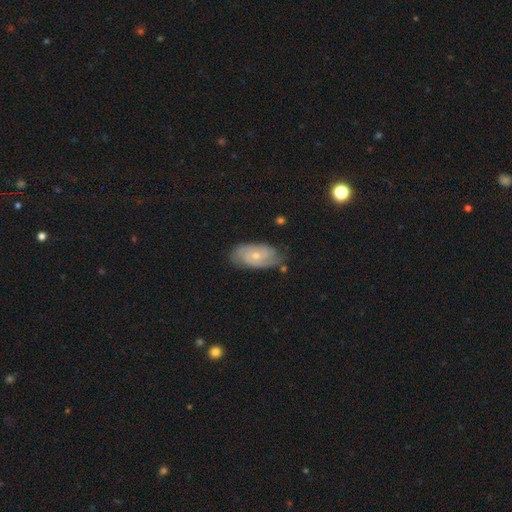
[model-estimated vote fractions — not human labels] smooth-or-featured: featured or disk: 71% | smooth: 22% | star or artifact: 7%
  disk-edge-on: no: 95% | yes: 5%
    bar: no: 70% | weak: 26% | strong: 4%
    has-spiral-arms: yes: 90% | no: 10%
      spiral-winding: tight: 57% | medium: 33% | loose: 9%
      spiral-arm-count: 2: 52% | can't tell: 26% | 3: 13% | 4: 4% | 1: 3% | more than 4: 3%
    bulge-size: small: 58% | moderate: 39% | none: 1% | large: 1% | dominant: 1%
  merging: none: 72% | minor disturbance: 21% | major disturbance: 5% | merger: 2%